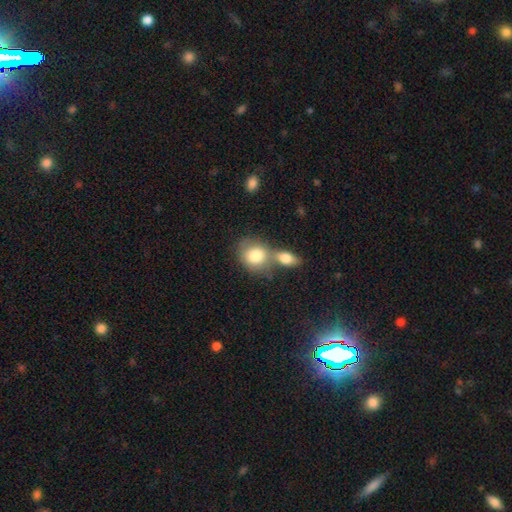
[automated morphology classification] smooth_or_featured: smooth (p=0.80) [alt: featured or disk p=0.13]
how_rounded: round (p=0.58) [alt: in between p=0.40]
merging: merger (p=0.54) [alt: none p=0.32]